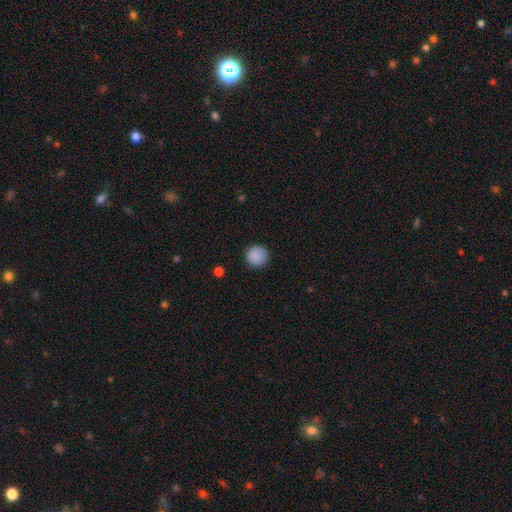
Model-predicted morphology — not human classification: Smooth or featured: smooth — 89% (star or artifact — 8%)
How rounded: round — 94% (in between — 5%)
Merging: none — 89% (minor disturbance — 8%)